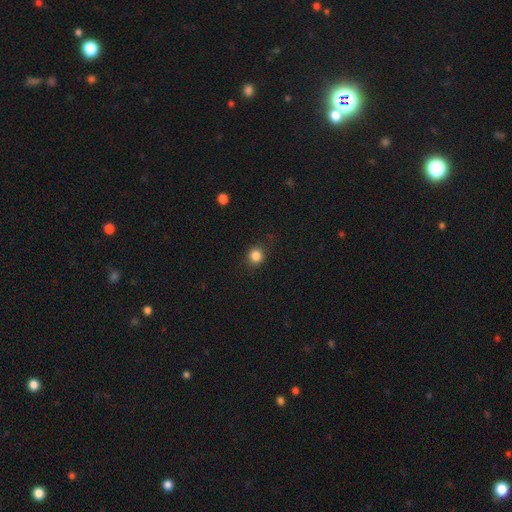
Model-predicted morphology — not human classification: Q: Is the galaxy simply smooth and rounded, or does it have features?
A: smooth — 84%.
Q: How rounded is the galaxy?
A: round — 86%.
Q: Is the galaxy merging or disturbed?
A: none — 86%.